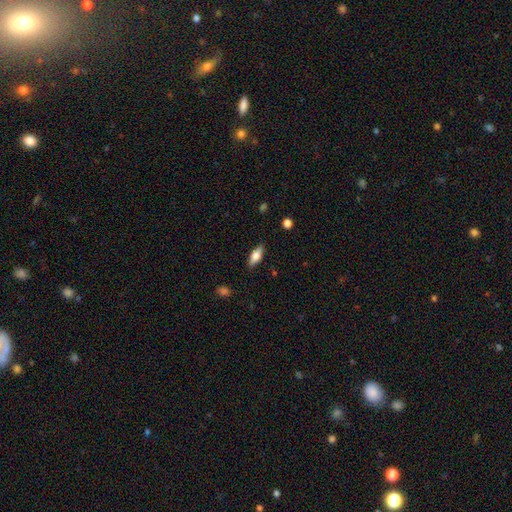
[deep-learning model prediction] smooth 65%, featured or disk 28%, star or artifact 7%. Down the decision tree: how rounded — in between (70%); merging — none (86%).